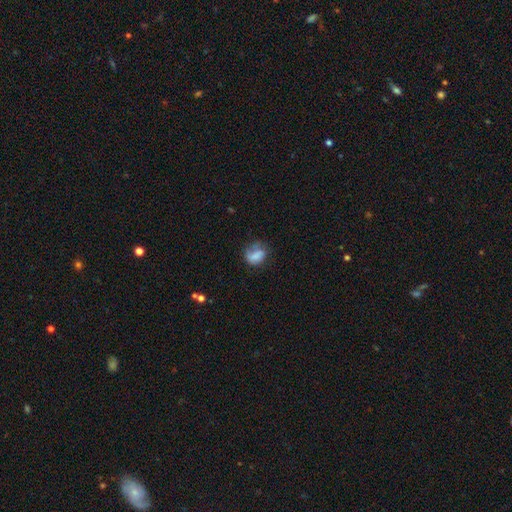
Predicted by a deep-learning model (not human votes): smooth-or-featured: smooth: 72% | featured or disk: 19% | star or artifact: 9%
  how-rounded: in between: 65% | round: 33% | cigar-shaped: 2%
  merging: none: 39% | minor disturbance: 29% | major disturbance: 25% | merger: 6%